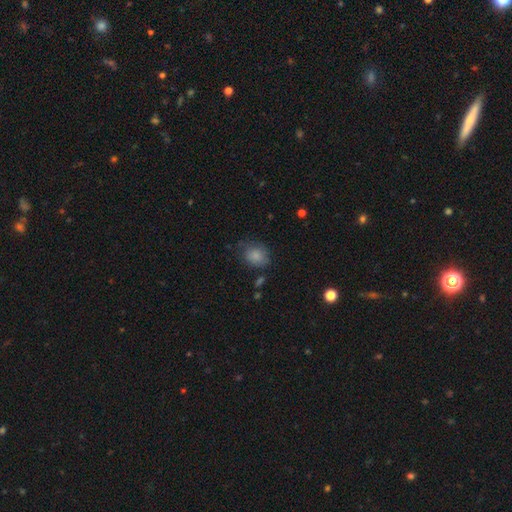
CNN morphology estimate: This is clearly a smooth galaxy (84%). How rounded: possibly in between (51%). Merging: likely none (65%).